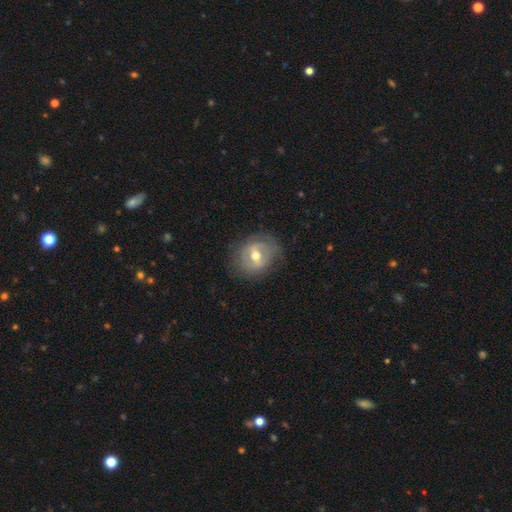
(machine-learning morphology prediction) This appears to be a featured or disk galaxy (62%) with a weak bar (42%), no spiral arms (58%) and a moderate central bulge (77%). Merging: none (75%).